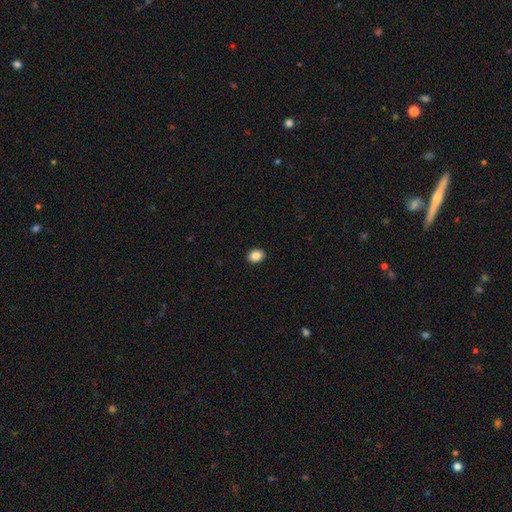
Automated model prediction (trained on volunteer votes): Smooth or featured? Predicted: smooth (p=0.87). How rounded? Predicted: in between (p=0.61). Merging? Predicted: none (p=0.91).